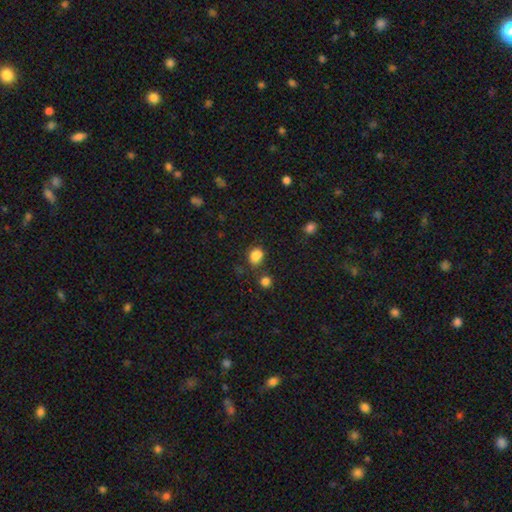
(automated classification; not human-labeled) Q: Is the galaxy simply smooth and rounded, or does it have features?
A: smooth — 84%.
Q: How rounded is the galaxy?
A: round — 52%.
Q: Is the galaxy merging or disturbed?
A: none — 69%.